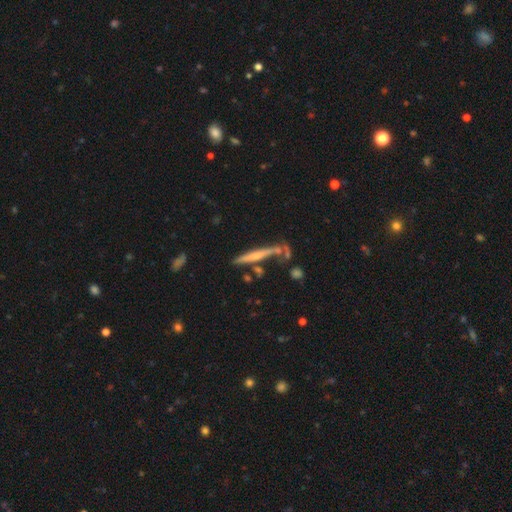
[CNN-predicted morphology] Q: Smooth or featured?
A: featured or disk (52%); runner-up: smooth (41%)
Q: Edge-on disk?
A: yes (94%); runner-up: no (6%)
Q: Merging?
A: none (68%); runner-up: minor disturbance (15%)